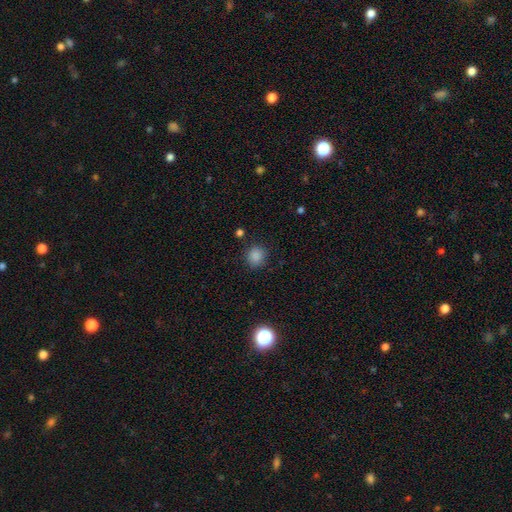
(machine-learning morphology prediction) Smooth or featured?
  - smooth: 85% *
  - star or artifact: 12%
  - featured or disk: 3%
How rounded?
  - round: 84% *
  - in between: 15%
  - cigar-shaped: 1%
Merging?
  - none: 85% *
  - minor disturbance: 10%
  - major disturbance: 3%
  - merger: 2%